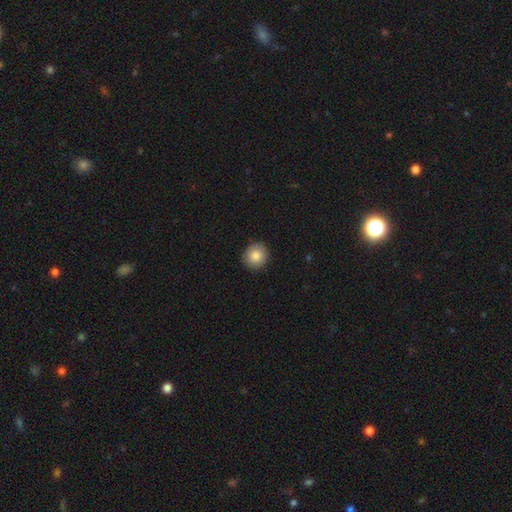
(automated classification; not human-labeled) smooth_or_featured: smooth (p=0.86) [alt: star or artifact p=0.08]
how_rounded: round (p=0.91) [alt: in between p=0.08]
merging: none (p=0.91) [alt: minor disturbance p=0.06]